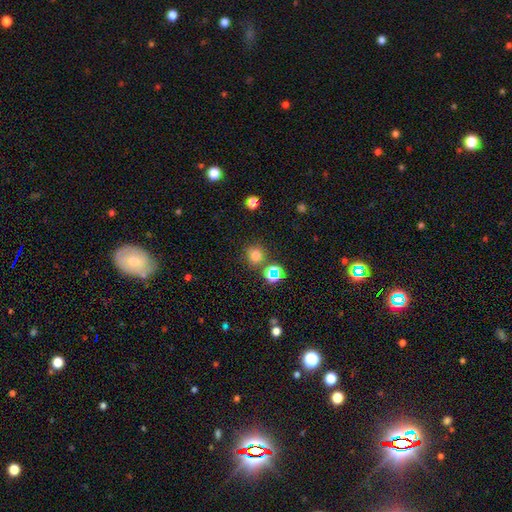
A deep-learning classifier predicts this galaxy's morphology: type=smooth (72%); roundness=round (91%); merging=none (80%).